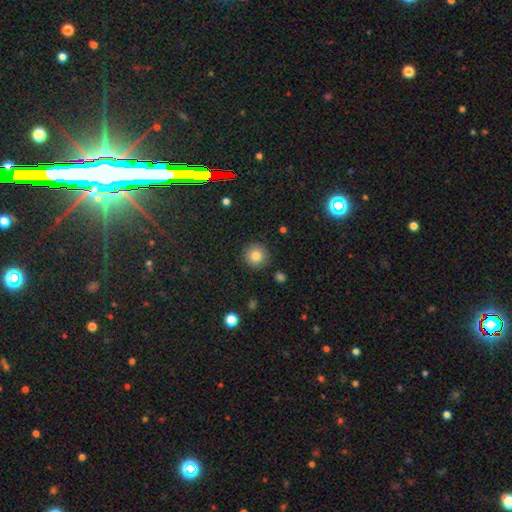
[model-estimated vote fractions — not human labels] Morphology: type=smooth (82%); roundness=round (95%); merging=none (90%).